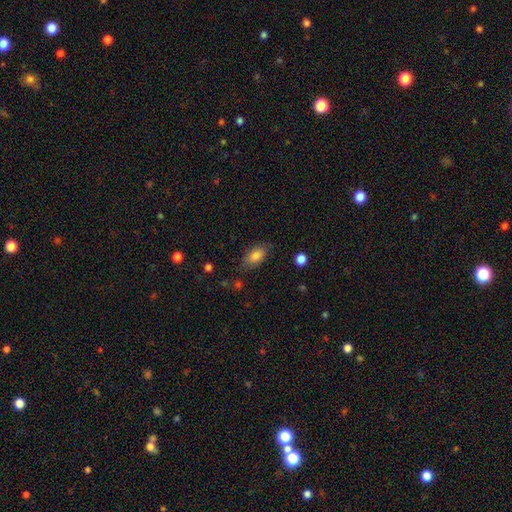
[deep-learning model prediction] A smooth galaxy with no disk features (83%) that is in between round and cigar-shaped (89%).

Vote fractions:
- Smooth or featured? smooth: 83% / featured or disk: 9% / star or artifact: 8%
- How rounded? in between: 89% / cigar-shaped: 6% / round: 5%
- Merging? none: 77% / minor disturbance: 17% / major disturbance: 5% / merger: 2%